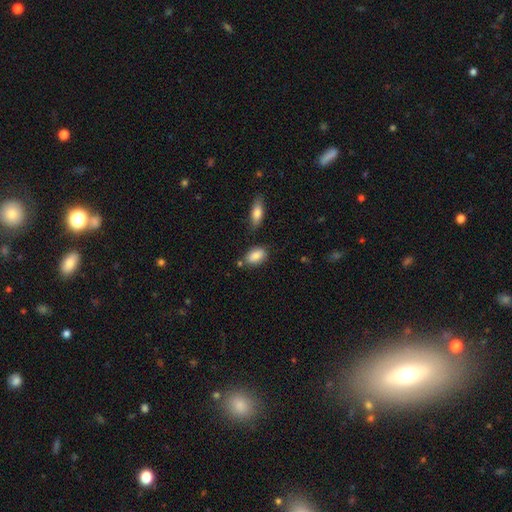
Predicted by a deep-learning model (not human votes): smooth_or_featured: smooth (p=0.85) [alt: featured or disk p=0.08]
how_rounded: in between (p=0.90) [alt: round p=0.08]
merging: none (p=0.73) [alt: minor disturbance p=0.15]